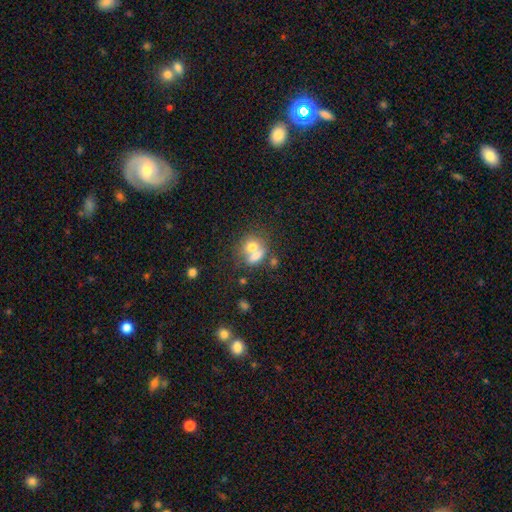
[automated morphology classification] A smooth galaxy with no disk features (68%) that is round (53%).

Vote fractions:
- Smooth or featured? smooth: 68% / featured or disk: 22% / star or artifact: 10%
- How rounded? round: 53% / in between: 44% / cigar-shaped: 3%
- Merging? merger: 63% / none: 24% / minor disturbance: 8% / major disturbance: 5%